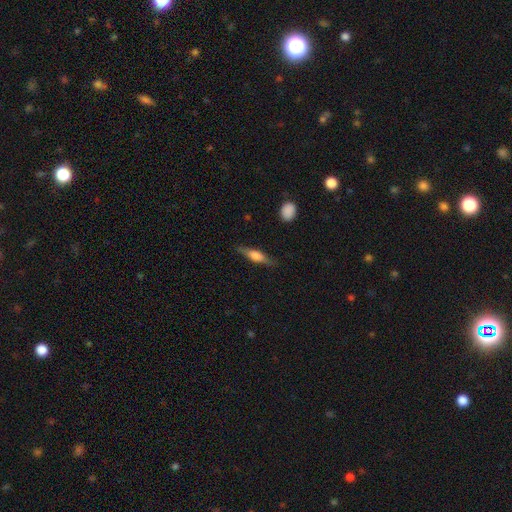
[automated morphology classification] A featured or disk galaxy (48%). Merging: none (83%).